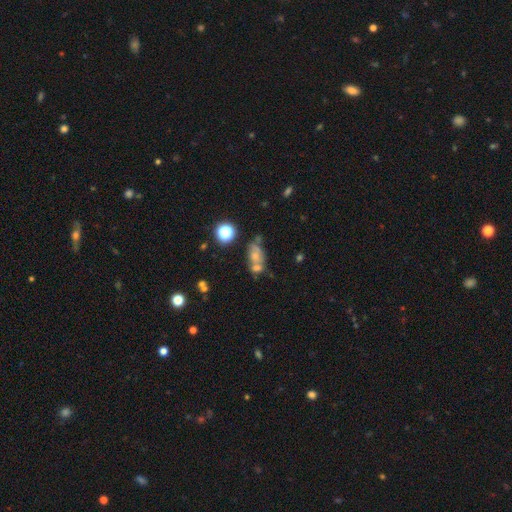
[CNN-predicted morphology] type=smooth (51%); roundness=in between (72%); merging=merger (42%).